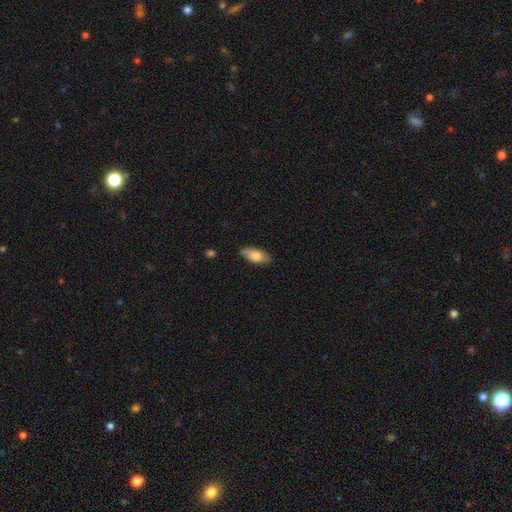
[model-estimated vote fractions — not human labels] Q: Smooth or featured?
A: smooth (74%); runner-up: featured or disk (20%)
Q: How rounded?
A: in between (86%); runner-up: cigar-shaped (11%)
Q: Merging?
A: none (84%); runner-up: minor disturbance (13%)